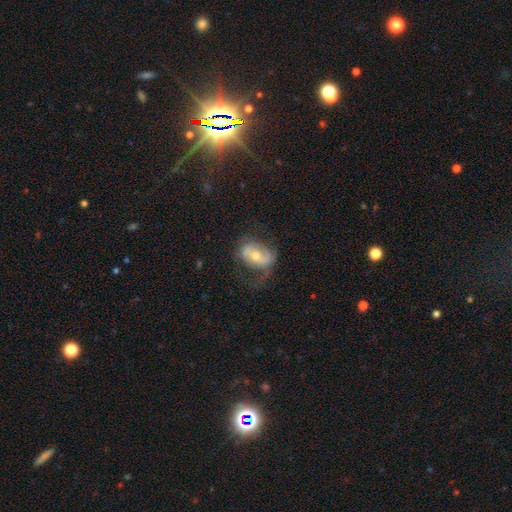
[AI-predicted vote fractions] This appears to be a featured or disk galaxy (60%) with no bar (45%), spiral arms (66%) and a moderate central bulge (64%). Merging: none (46%).